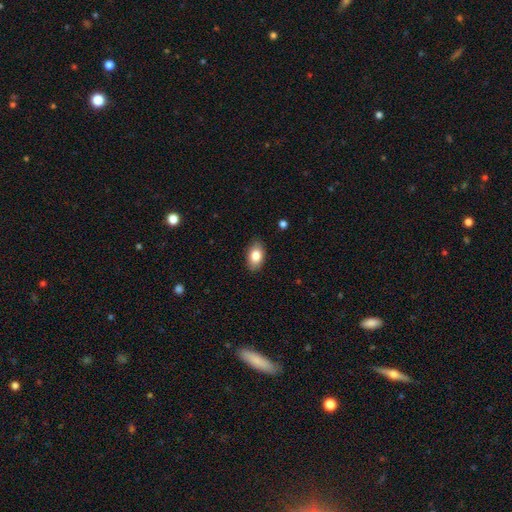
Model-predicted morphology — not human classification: smooth 84%, featured or disk 9%, star or artifact 7%. Down the decision tree: how rounded — in between (91%); merging — none (85%).